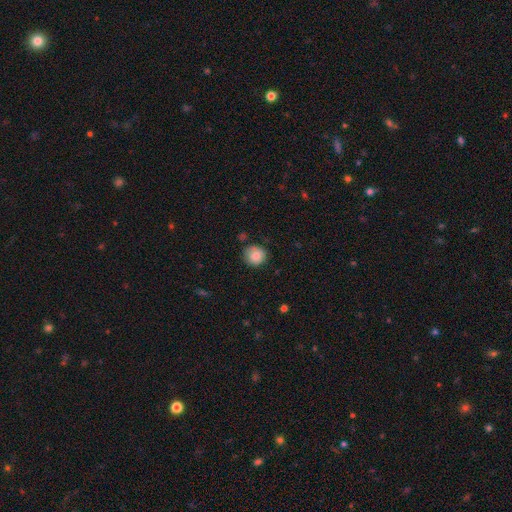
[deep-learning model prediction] Smooth or featured? Predicted: smooth (p=0.83). How rounded? Predicted: round (p=0.89). Merging? Predicted: none (p=0.75).